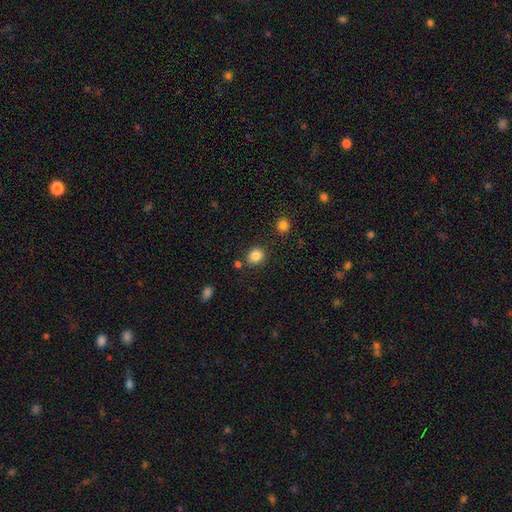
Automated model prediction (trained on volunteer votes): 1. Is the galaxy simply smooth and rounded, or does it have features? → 85% smooth, 10% star or artifact, 4% featured or disk.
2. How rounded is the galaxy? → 76% round, 23% in between, 1% cigar-shaped.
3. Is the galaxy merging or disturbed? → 81% none, 10% minor disturbance, 6% merger, 3% major disturbance.